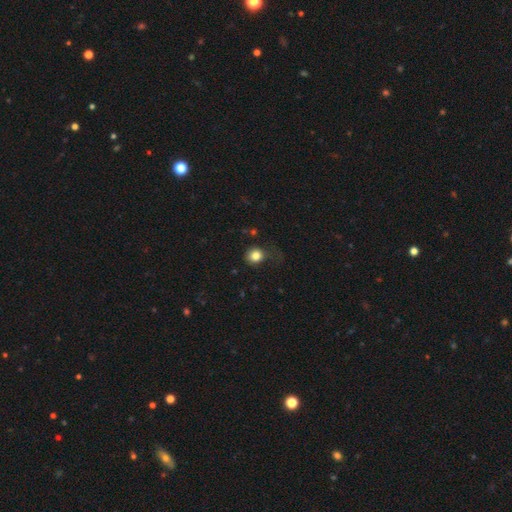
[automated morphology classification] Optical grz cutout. It shows a smooth galaxy with no disk features (82%) that is round (80%). Merging: none (67%).